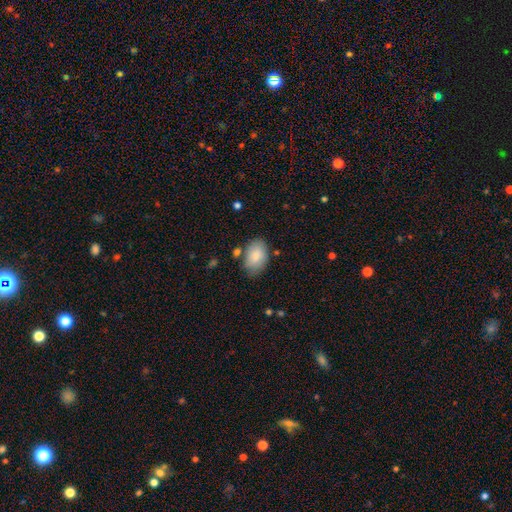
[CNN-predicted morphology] Overall: smooth (84%). How rounded: in between (90%). Merging: none (72%).